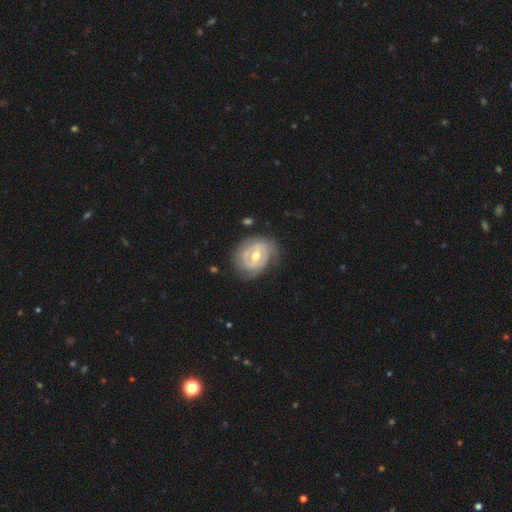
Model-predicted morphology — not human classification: featured or disk 81%, smooth 14%, star or artifact 5%. Down the decision tree: edge-on disk — no (97%); bar — weak (46%); spiral arms — yes (89%); spiral arm count — 2 (50%); spiral winding — tight (66%); bulge size — moderate (71%); merging — none (72%).